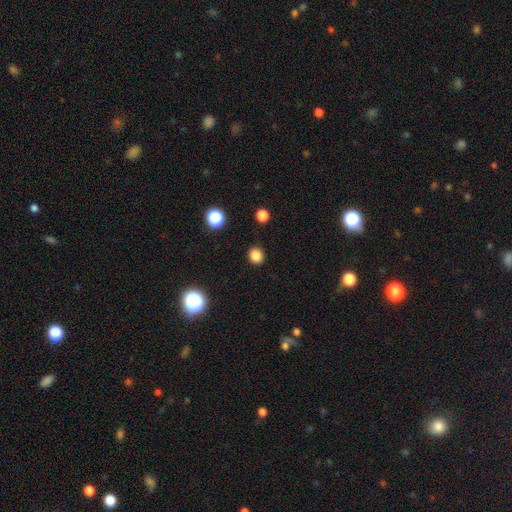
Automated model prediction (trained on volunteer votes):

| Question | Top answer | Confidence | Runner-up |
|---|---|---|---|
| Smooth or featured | smooth | 83% | star or artifact (13%) |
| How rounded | round | 84% | in between (15%) |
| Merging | none | 90% | minor disturbance (6%) |